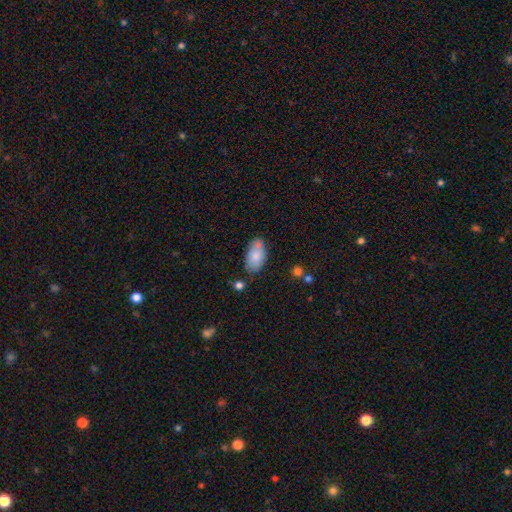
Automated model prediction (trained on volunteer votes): Smooth or featured?
  - smooth: 80% *
  - featured or disk: 13%
  - star or artifact: 7%
How rounded?
  - in between: 94% *
  - round: 4%
  - cigar-shaped: 2%
Merging?
  - none: 65% *
  - minor disturbance: 20%
  - merger: 10%
  - major disturbance: 5%